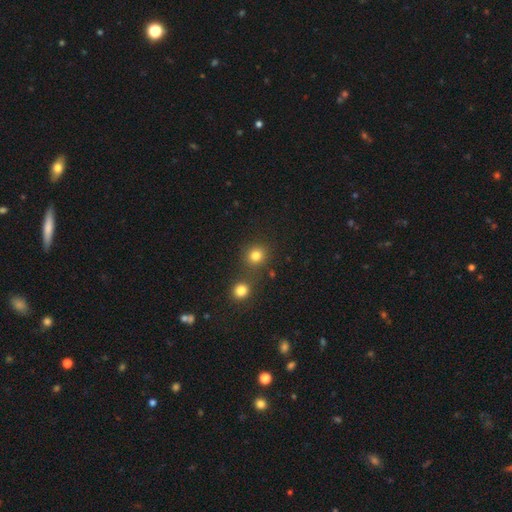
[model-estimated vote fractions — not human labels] This is likely a smooth galaxy (79%). How rounded: clearly round (88%). Merging: likely none (72%).